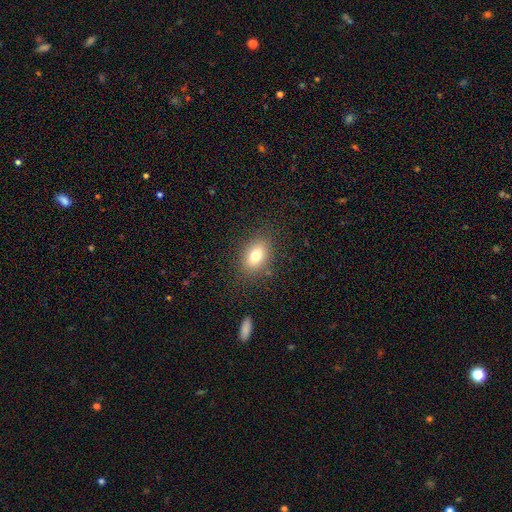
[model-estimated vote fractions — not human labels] smooth-or-featured: smooth: 77% | featured or disk: 13% | star or artifact: 10%
  how-rounded: in between: 80% | round: 18% | cigar-shaped: 2%
  merging: none: 84% | minor disturbance: 10% | major disturbance: 4% | merger: 2%